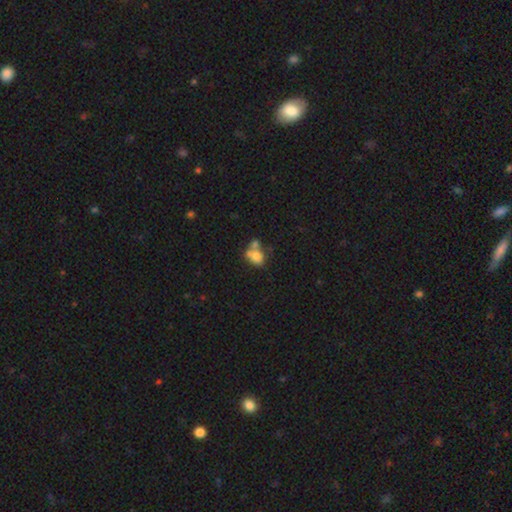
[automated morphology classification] Q: Smooth or featured?
A: smooth (75%); runner-up: featured or disk (14%)
Q: How rounded?
A: in between (68%); runner-up: round (30%)
Q: Merging?
A: merger (45%); runner-up: none (33%)